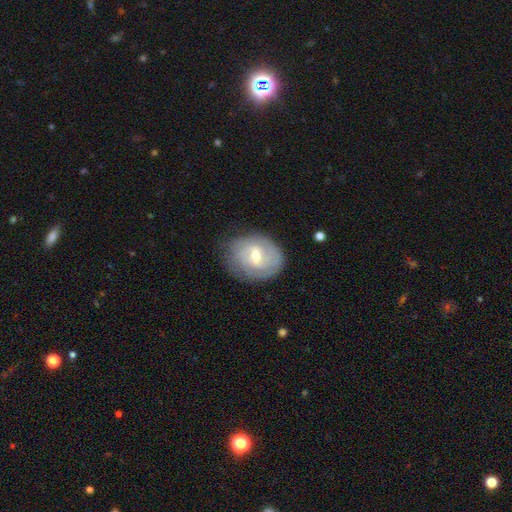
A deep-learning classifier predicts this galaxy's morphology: smooth_or_featured: featured or disk (p=0.67) [alt: smooth p=0.26]
disk_edge_on: no (p=0.96) [alt: yes p=0.04]
bar: weak (p=0.56) [alt: no p=0.30]
has_spiral_arms: yes (p=0.82) [alt: no p=0.18]
spiral_winding: tight (p=0.61) [alt: medium p=0.28]
spiral_arm_count: can't tell (p=0.40) [alt: 2 p=0.37]
bulge_size: moderate (p=0.58) [alt: small p=0.39]
merging: none (p=0.75) [alt: minor disturbance p=0.18]